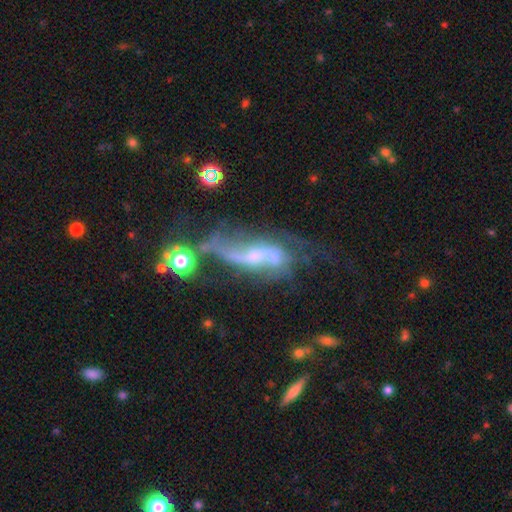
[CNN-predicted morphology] A featured or disk galaxy (70%) with no bar (55%), spiral arms (68%) and a small central bulge (44%). Merging: major disturbance (31%).